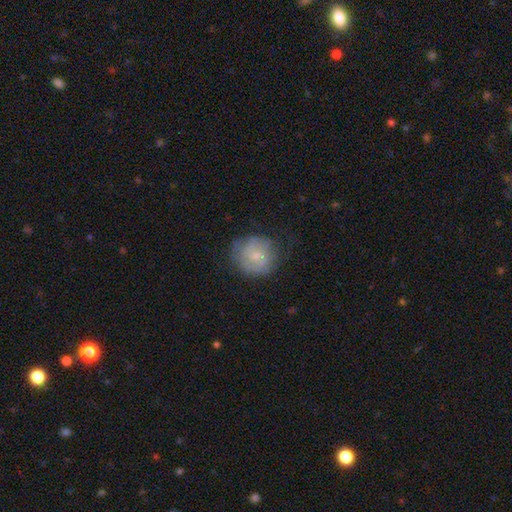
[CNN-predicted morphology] Smooth or featured? smooth (59%)
How rounded? round (85%)
Merging? none (64%)